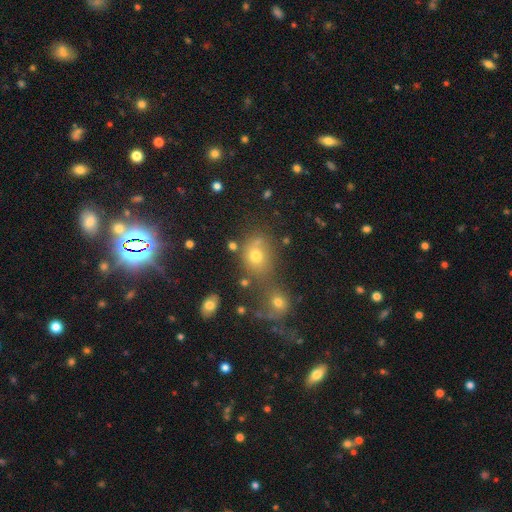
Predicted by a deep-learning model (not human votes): The model was most divided on "how rounded": round: 56%, in between: 42%, cigar-shaped: 2%. Remaining: smooth or featured — smooth (56%); merging — none (48%).